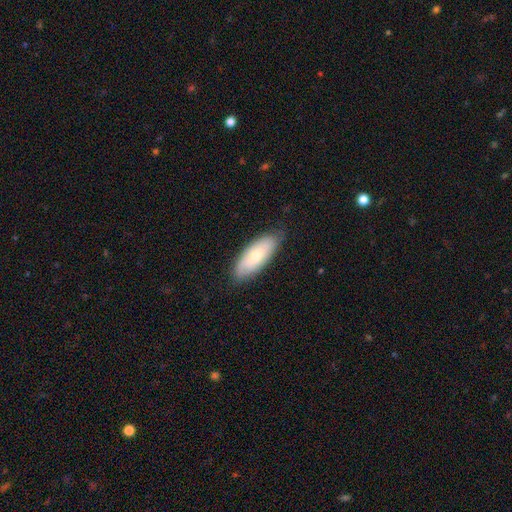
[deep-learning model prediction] Smooth or featured: smooth — 59% (featured or disk — 35%)
How rounded: in between — 77% (cigar-shaped — 21%)
Merging: none — 81% (minor disturbance — 15%)